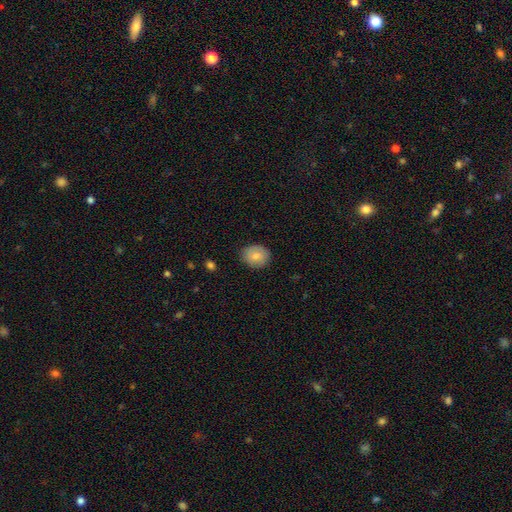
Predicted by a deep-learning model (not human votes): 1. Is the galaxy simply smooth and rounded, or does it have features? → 79% smooth, 14% featured or disk, 7% star or artifact.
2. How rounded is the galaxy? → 73% round, 26% in between, 1% cigar-shaped.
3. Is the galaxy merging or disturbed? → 85% none, 11% minor disturbance, 2% major disturbance, 1% merger.